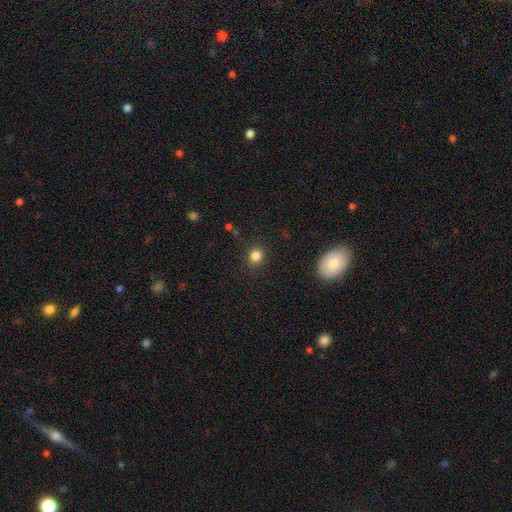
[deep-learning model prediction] A smooth galaxy with no disk features (82%) that is round (88%). Merging: none (88%).